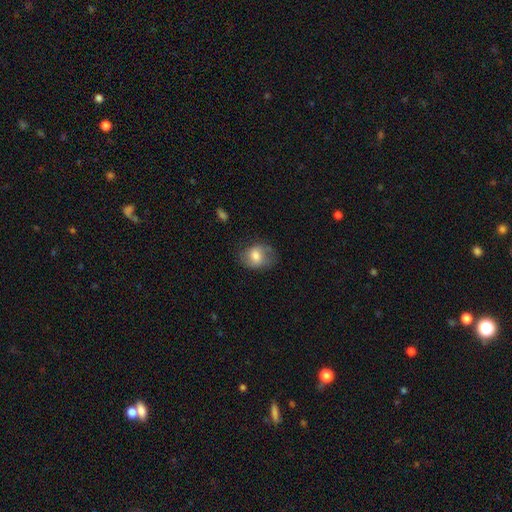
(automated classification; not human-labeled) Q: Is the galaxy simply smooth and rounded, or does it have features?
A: smooth — 63%.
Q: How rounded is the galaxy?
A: in between — 60%.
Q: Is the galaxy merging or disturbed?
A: none — 60%.